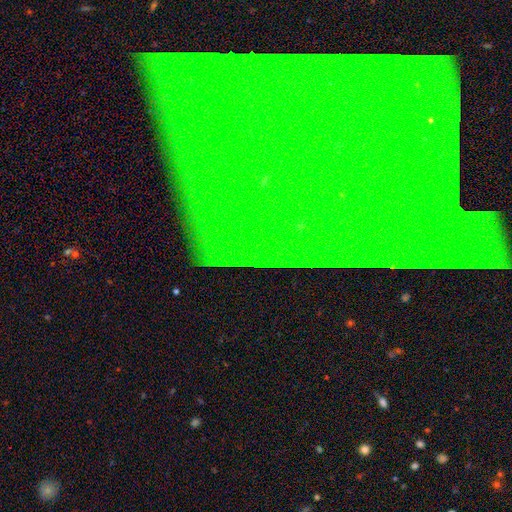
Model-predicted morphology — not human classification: Smooth or featured? Predicted: star or artifact (p=0.83).